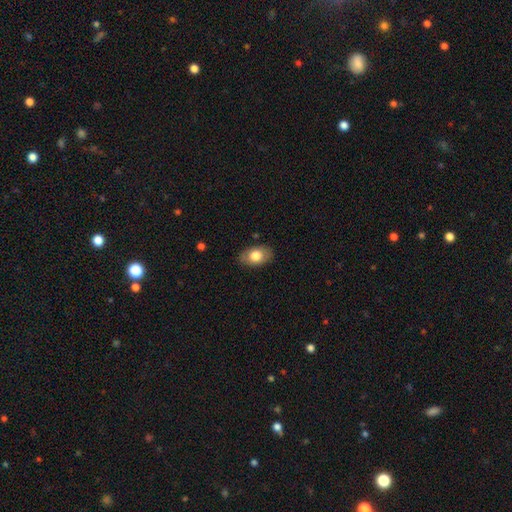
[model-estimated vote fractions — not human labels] Smooth or featured?
  - smooth: 73% *
  - featured or disk: 20%
  - star or artifact: 7%
How rounded?
  - in between: 89% *
  - round: 10%
  - cigar-shaped: 1%
Merging?
  - none: 83% *
  - minor disturbance: 13%
  - major disturbance: 3%
  - merger: 1%